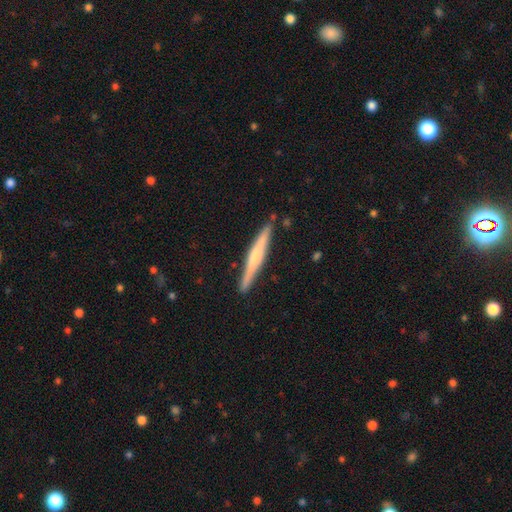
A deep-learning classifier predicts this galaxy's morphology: This is possibly a featured or disk galaxy (56%). It is clearly viewed edge-on (97%). Edge-on bulge: possibly rounded (54%). Merging: clearly none (88%).